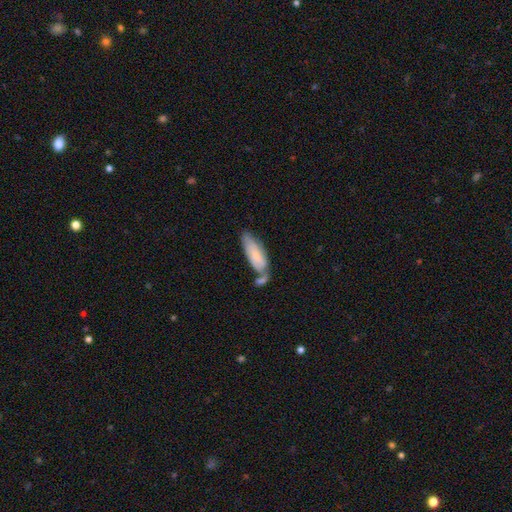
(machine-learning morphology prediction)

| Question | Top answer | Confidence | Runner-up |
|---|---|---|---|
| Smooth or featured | smooth | 70% | featured or disk (24%) |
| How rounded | in between | 66% | cigar-shaped (33%) |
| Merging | none | 37% | merger (33%) |